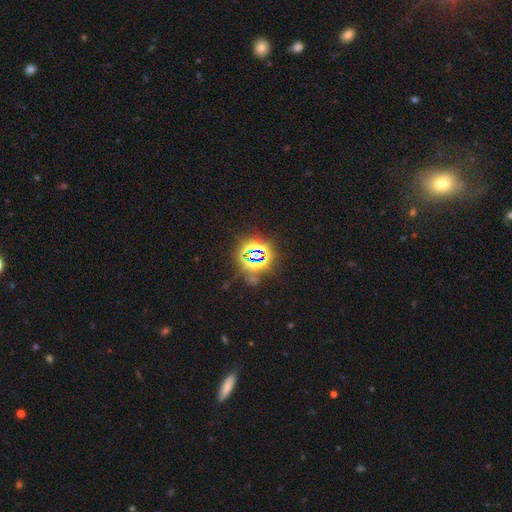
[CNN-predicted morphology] smooth-or-featured: star or artifact: 80% | smooth: 12% | featured or disk: 8%